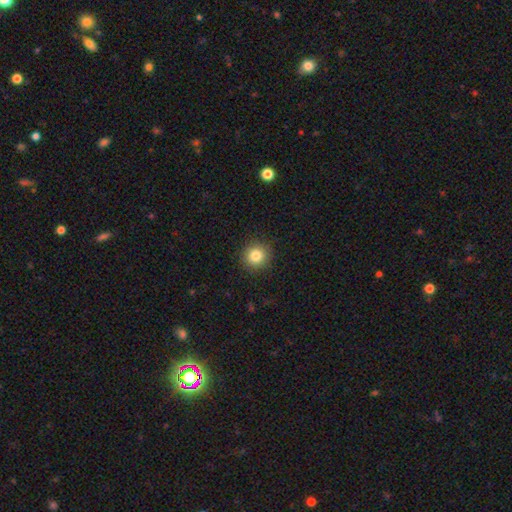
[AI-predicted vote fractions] This appears to be a smooth galaxy with no disk features (83%) that is round (93%). Merging: none (91%).